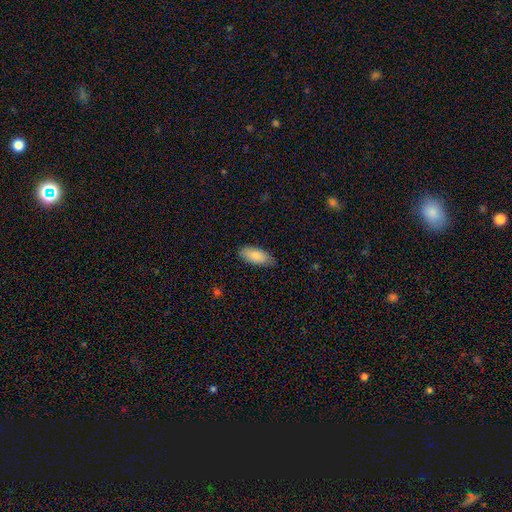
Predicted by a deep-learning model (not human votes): Q: Smooth or featured?
A: smooth (84%); runner-up: featured or disk (10%)
Q: How rounded?
A: in between (87%); runner-up: cigar-shaped (11%)
Q: Merging?
A: none (81%); runner-up: minor disturbance (16%)